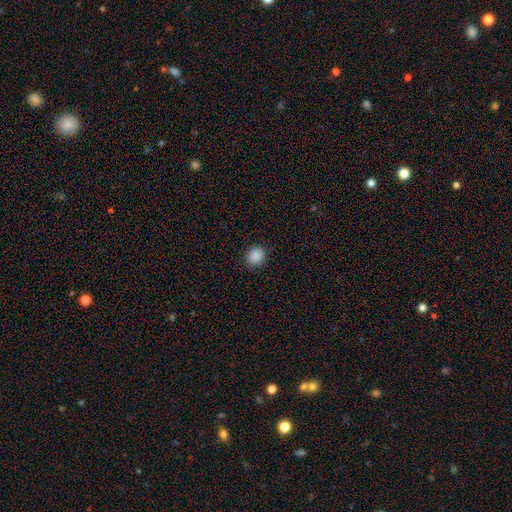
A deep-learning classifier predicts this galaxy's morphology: smooth 88%, star or artifact 9%, featured or disk 3%. Down the decision tree: how rounded — round (77%); merging — none (91%).